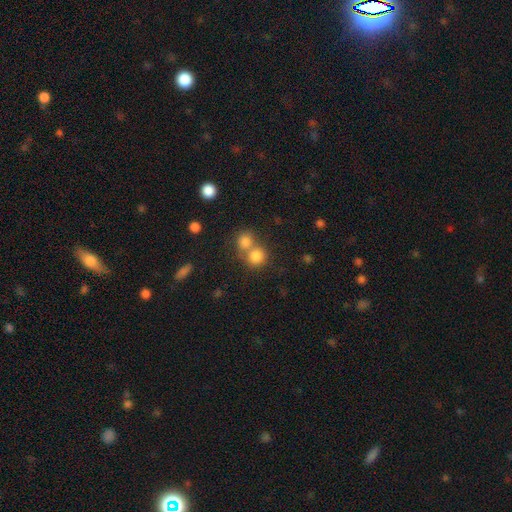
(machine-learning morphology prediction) Smooth or featured?
  - smooth: 81% *
  - star or artifact: 12%
  - featured or disk: 8%
How rounded?
  - round: 84% *
  - in between: 15%
  - cigar-shaped: 1%
Merging?
  - merger: 47% *
  - none: 43%
  - minor disturbance: 6%
  - major disturbance: 3%